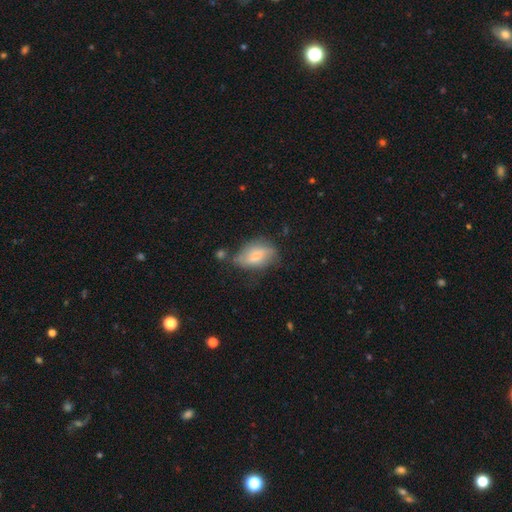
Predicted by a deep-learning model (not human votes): A smooth galaxy with no disk features (63%) that is in between round and cigar-shaped (87%).

Vote fractions:
- Smooth or featured? smooth: 63% / featured or disk: 29% / star or artifact: 8%
- How rounded? in between: 87% / round: 9% / cigar-shaped: 4%
- Merging? none: 44% / minor disturbance: 33% / major disturbance: 15% / merger: 7%